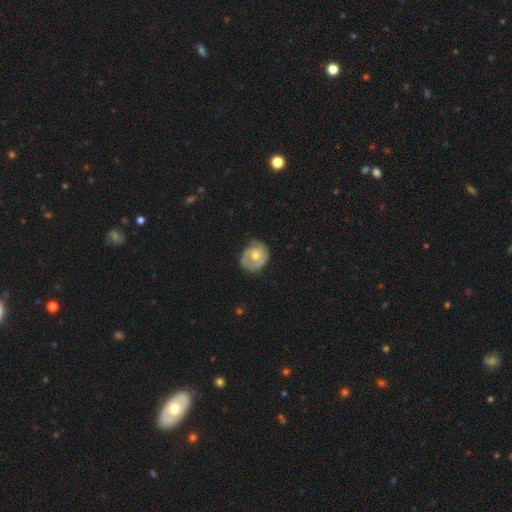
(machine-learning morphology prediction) type=featured or disk (49%); merging=none (54%).